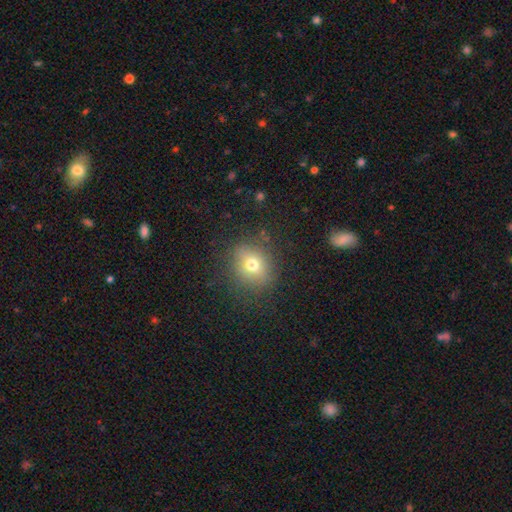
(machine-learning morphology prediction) Q: Smooth or featured?
A: smooth (68%); runner-up: star or artifact (17%)
Q: How rounded?
A: round (74%); runner-up: in between (24%)
Q: Merging?
A: none (85%); runner-up: minor disturbance (10%)